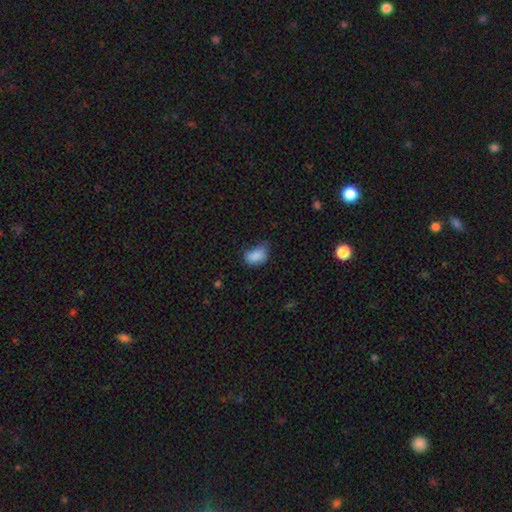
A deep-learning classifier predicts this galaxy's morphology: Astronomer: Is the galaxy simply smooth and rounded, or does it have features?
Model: smooth — 85%.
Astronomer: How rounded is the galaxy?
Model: in between — 86%.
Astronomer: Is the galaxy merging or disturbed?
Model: none — 44% (runner-up: minor disturbance, 41%).